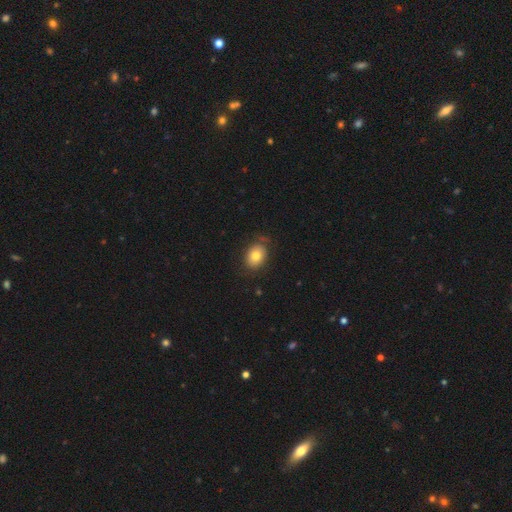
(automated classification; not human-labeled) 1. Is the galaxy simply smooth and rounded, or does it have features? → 79% smooth, 12% featured or disk, 9% star or artifact.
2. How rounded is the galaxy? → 65% in between, 34% round, 1% cigar-shaped.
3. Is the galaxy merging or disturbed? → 76% none, 17% minor disturbance, 5% major disturbance, 2% merger.